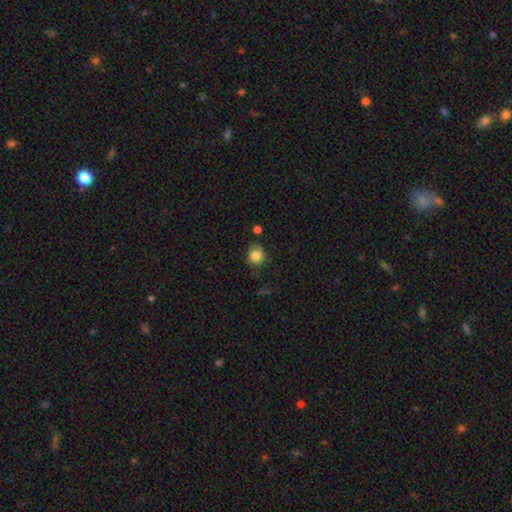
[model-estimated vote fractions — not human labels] The model was most divided on "merging": none: 60%, minor disturbance: 27%, major disturbance: 9%, merger: 4%. More confident: smooth or featured — smooth (80%); how rounded — round (73%).